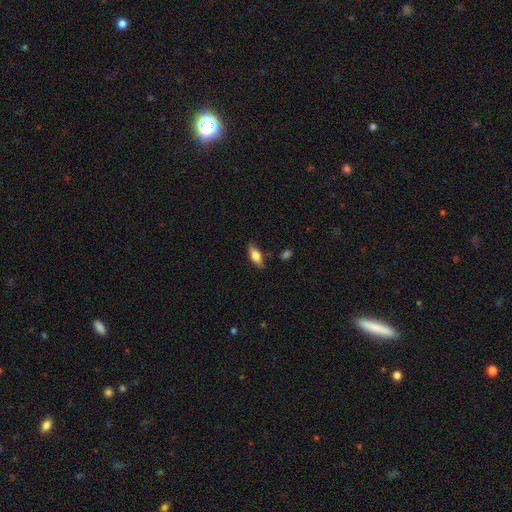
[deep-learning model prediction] Morphology: type=smooth (74%); roundness=in between (77%); merging=none (80%).